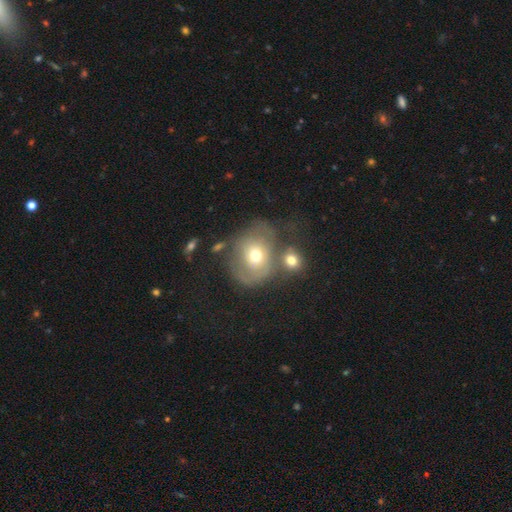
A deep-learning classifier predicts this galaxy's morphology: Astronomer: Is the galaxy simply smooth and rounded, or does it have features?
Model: smooth — 50% (runner-up: featured or disk, 39%).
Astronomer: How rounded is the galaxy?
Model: round — 69%.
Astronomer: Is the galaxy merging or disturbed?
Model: none — 36% (runner-up: merger, 28%).